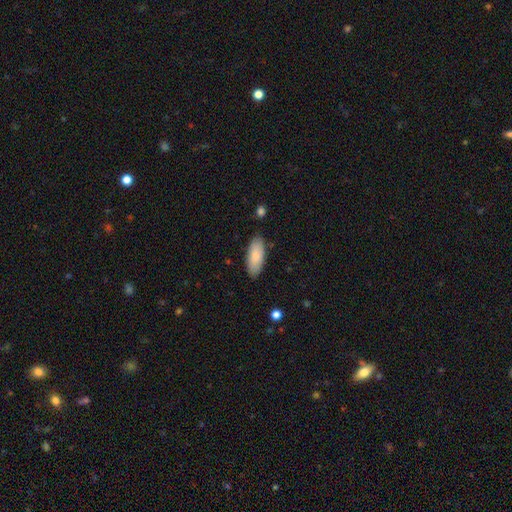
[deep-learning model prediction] Morphology: type=smooth (84%); roundness=in between (84%); merging=none (85%).